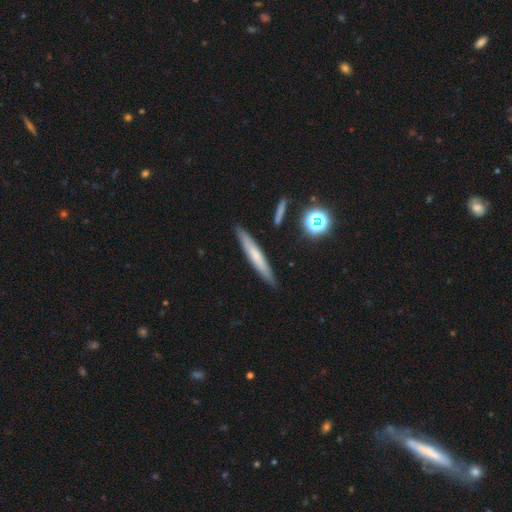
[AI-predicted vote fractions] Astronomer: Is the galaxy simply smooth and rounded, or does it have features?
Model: smooth — 58% (runner-up: featured or disk, 34%).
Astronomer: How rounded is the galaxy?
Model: cigar-shaped — 94%.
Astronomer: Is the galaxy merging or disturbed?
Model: none — 89%.